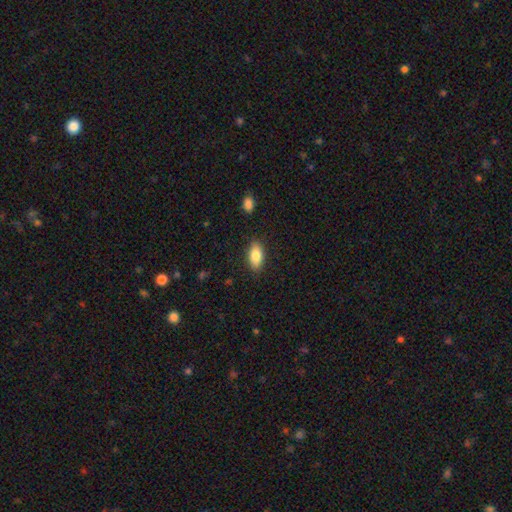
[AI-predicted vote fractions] smooth-or-featured: smooth: 85% | featured or disk: 9% | star or artifact: 7%
  how-rounded: in between: 89% | cigar-shaped: 8% | round: 3%
  merging: none: 87% | minor disturbance: 10% | major disturbance: 2% | merger: 1%